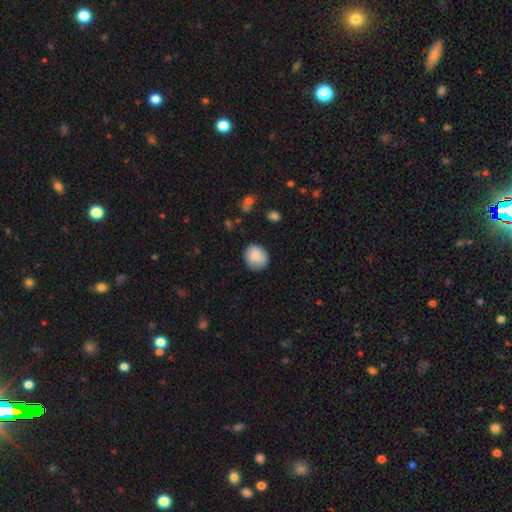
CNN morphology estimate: Q: Smooth or featured?
A: smooth (85%); runner-up: star or artifact (7%)
Q: How rounded?
A: round (77%); runner-up: in between (22%)
Q: Merging?
A: none (80%); runner-up: minor disturbance (16%)